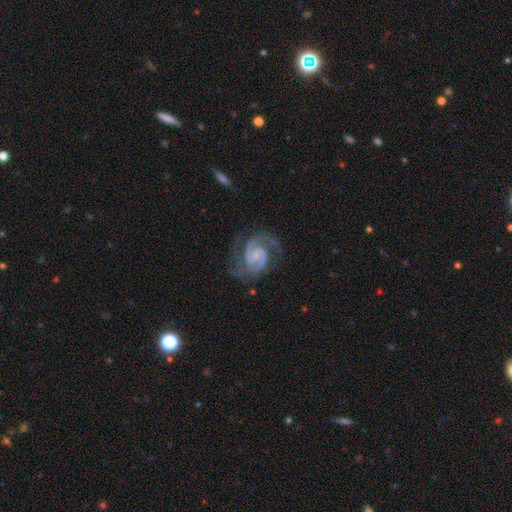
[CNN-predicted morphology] This appears to be a featured or disk galaxy (92%) with a weak bar (50%), 2 (92%) medium (52%) spiral arms (99%) and a small central bulge (43%). Merging: none (74%).